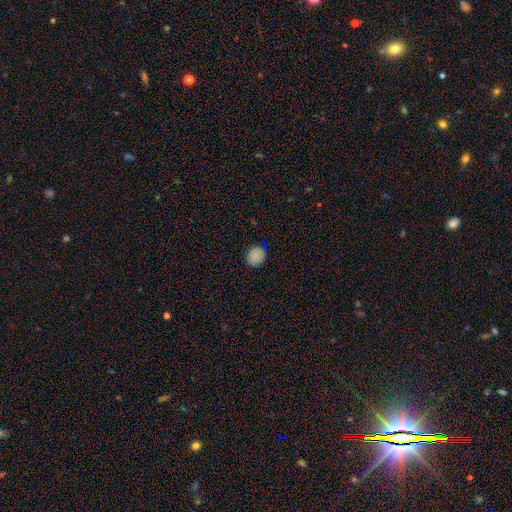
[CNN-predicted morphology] Overall: smooth (85%). How rounded: round (80%). Merging: none (88%).